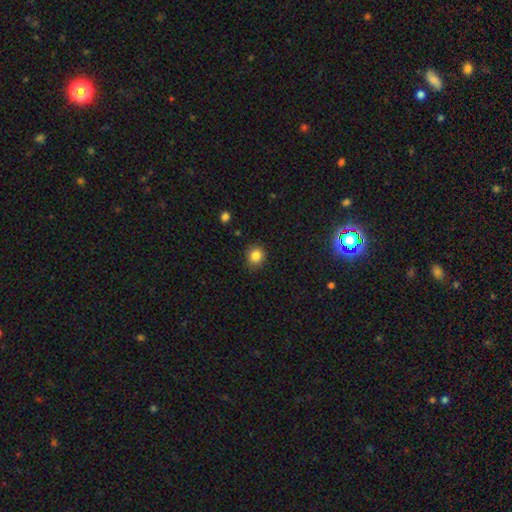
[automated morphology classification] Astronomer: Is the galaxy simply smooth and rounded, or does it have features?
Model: smooth — 84%.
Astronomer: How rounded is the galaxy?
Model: round — 82%.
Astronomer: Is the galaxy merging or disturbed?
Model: none — 86%.